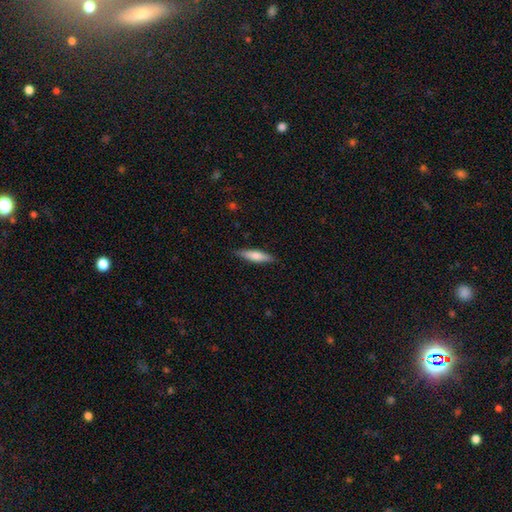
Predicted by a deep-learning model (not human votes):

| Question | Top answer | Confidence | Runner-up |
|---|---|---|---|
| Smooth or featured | smooth | 71% | featured or disk (23%) |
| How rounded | cigar-shaped | 75% | in between (23%) |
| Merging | none | 86% | minor disturbance (11%) |